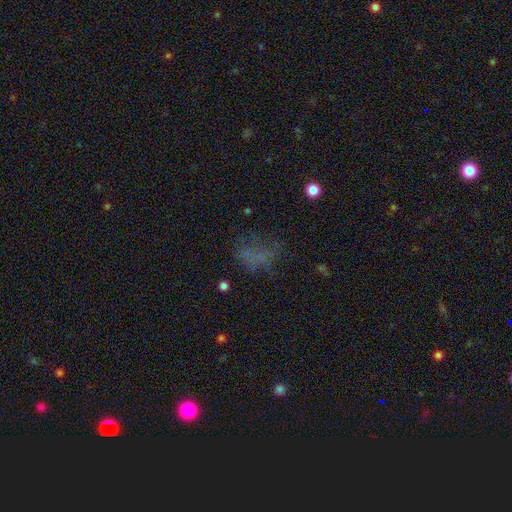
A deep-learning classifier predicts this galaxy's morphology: The model was most divided on "smooth or featured": smooth: 45%, star or artifact: 30%, featured or disk: 25%. Remaining: merging — none (46%).